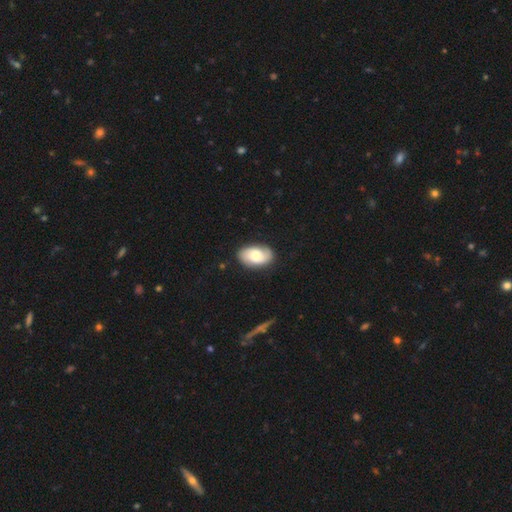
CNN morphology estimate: Smooth or featured?
  - smooth: 51% *
  - featured or disk: 43%
  - star or artifact: 7%
How rounded?
  - in between: 91% *
  - round: 7%
  - cigar-shaped: 1%
Merging?
  - none: 80% *
  - minor disturbance: 15%
  - major disturbance: 4%
  - merger: 1%